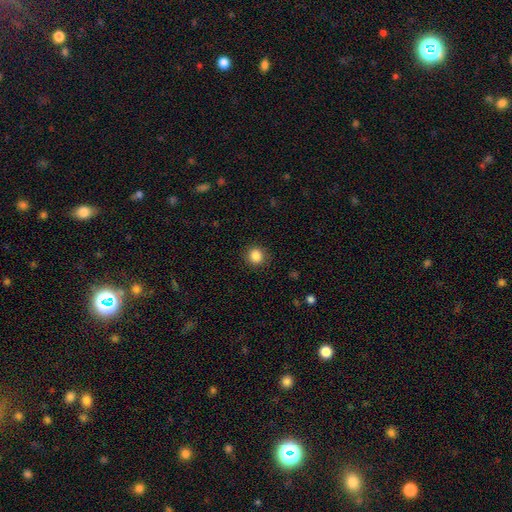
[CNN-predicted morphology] smooth-or-featured: smooth: 86% | star or artifact: 10% | featured or disk: 4%
  how-rounded: round: 87% | in between: 12% | cigar-shaped: 1%
  merging: none: 88% | minor disturbance: 8% | major disturbance: 3% | merger: 1%